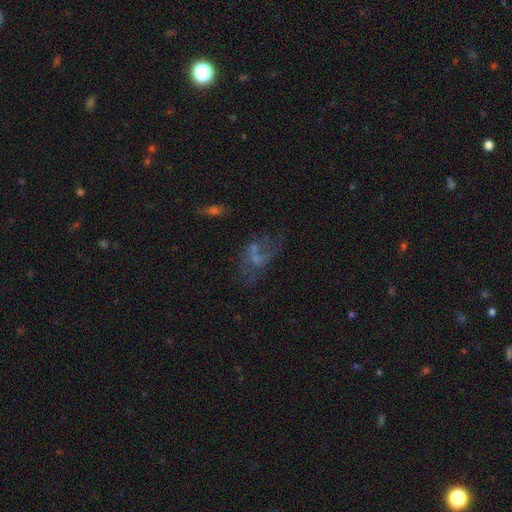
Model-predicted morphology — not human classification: A featured or disk galaxy (51%).

Vote fractions:
- Smooth or featured? featured or disk: 51% / smooth: 31% / star or artifact: 18%
- Edge-on disk? no: 95% / yes: 5%
- Merging? none: 34% / major disturbance: 31% / merger: 19% / minor disturbance: 17%